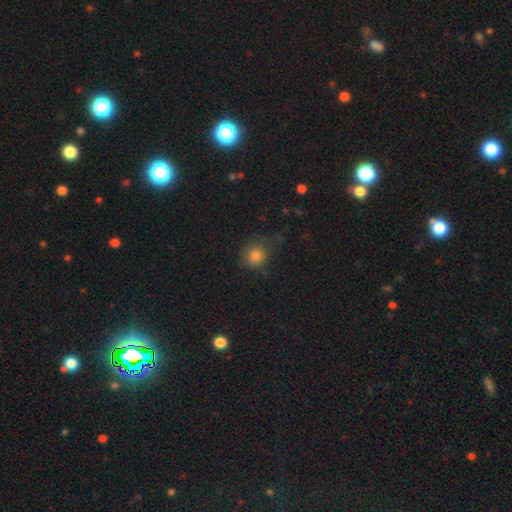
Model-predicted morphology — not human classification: A smooth galaxy with no disk features (81%) that is round (81%). Merging: none (68%).